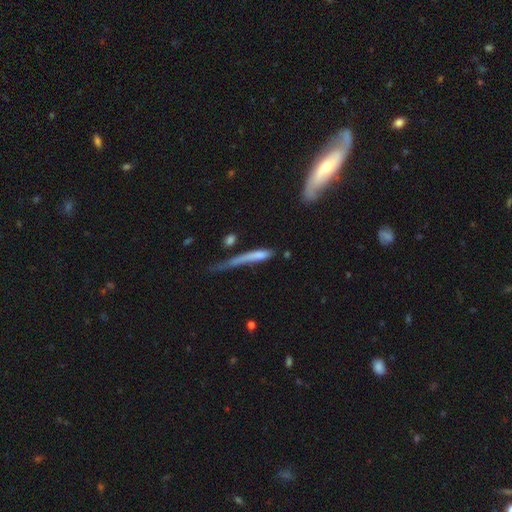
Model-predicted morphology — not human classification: smooth 64%, featured or disk 28%, star or artifact 9%. Down the decision tree: how rounded — cigar-shaped (86%); merging — none (33%).